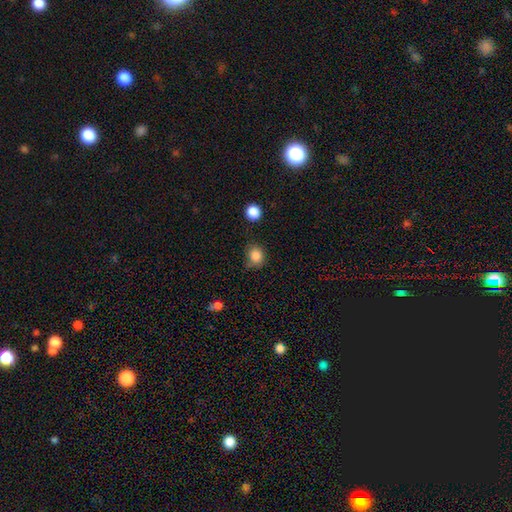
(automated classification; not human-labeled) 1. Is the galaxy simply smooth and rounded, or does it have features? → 84% smooth, 11% star or artifact, 5% featured or disk.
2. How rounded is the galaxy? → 75% round, 24% in between, 1% cigar-shaped.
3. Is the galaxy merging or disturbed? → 63% none, 27% minor disturbance, 7% major disturbance, 4% merger.